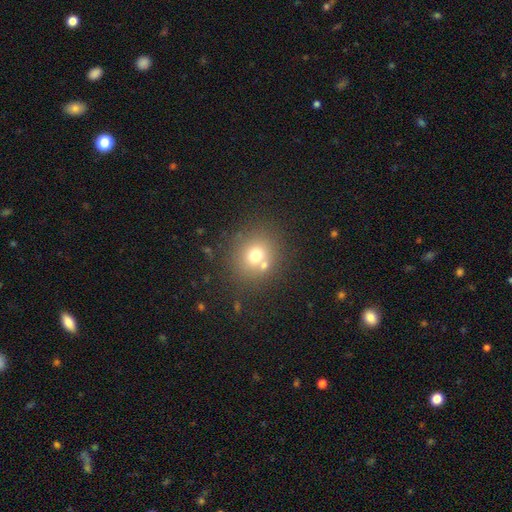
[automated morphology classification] smooth_or_featured: smooth (p=0.69) [alt: star or artifact p=0.16]
how_rounded: round (p=0.82) [alt: in between p=0.17]
merging: none (p=0.69) [alt: merger p=0.17]